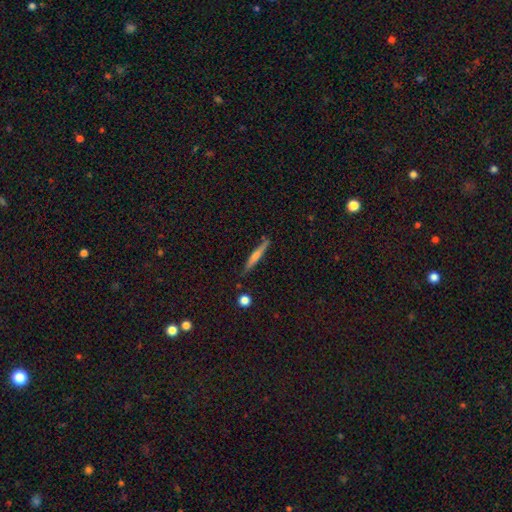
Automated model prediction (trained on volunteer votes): Smooth or featured? featured or disk (56%)
Edge-on disk? yes (97%)
Edge-on bulge? rounded (71%)
Merging? none (87%)